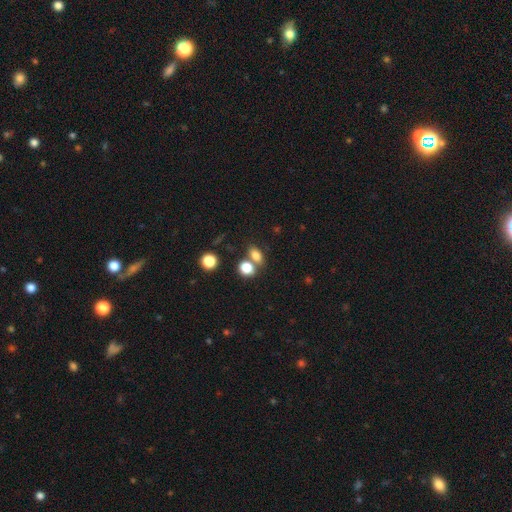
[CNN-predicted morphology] Smooth or featured? smooth (79%)
How rounded? in between (71%)
Merging? none (54%)